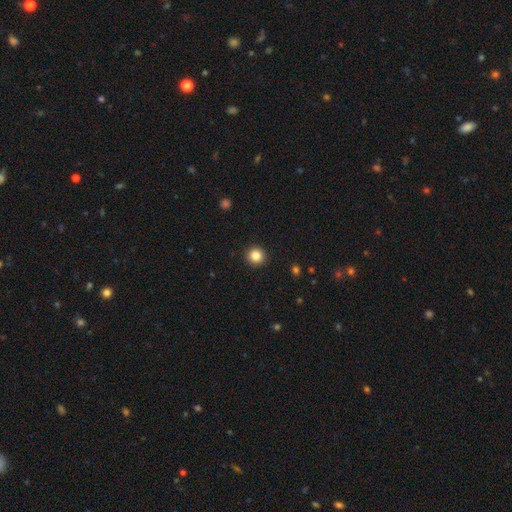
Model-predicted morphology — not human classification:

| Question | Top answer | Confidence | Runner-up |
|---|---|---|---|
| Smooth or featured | smooth | 84% | star or artifact (11%) |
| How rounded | round | 95% | in between (4%) |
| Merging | none | 93% | minor disturbance (5%) |